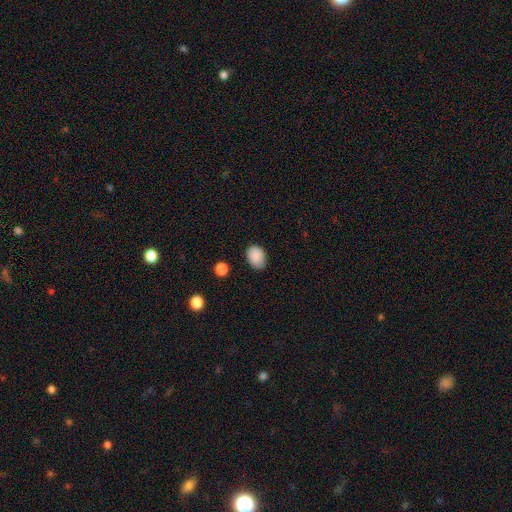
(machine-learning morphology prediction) Smooth or featured? Predicted: smooth (p=0.88). How rounded? Predicted: in between (p=0.74). Merging? Predicted: none (p=0.80).